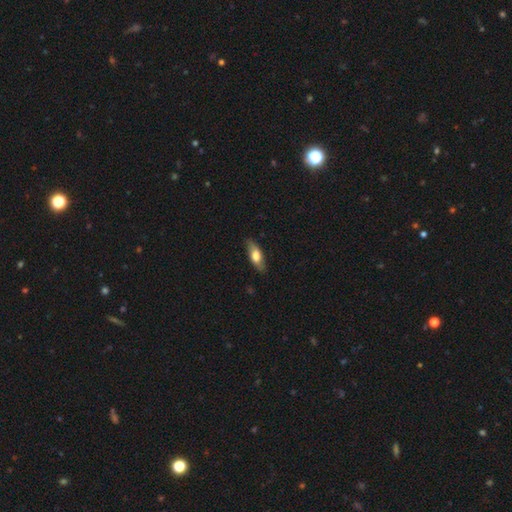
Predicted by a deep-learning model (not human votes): smooth 64%, featured or disk 30%, star or artifact 6%. Down the decision tree: how rounded — in between (67%); merging — none (81%).